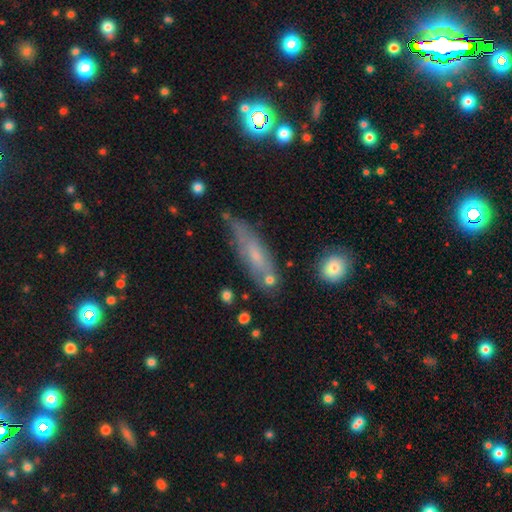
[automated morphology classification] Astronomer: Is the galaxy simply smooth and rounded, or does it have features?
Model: smooth — 54% (runner-up: featured or disk, 38%).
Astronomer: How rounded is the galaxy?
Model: cigar-shaped — 55% (runner-up: in between, 41%).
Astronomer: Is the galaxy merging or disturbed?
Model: none — 54%.